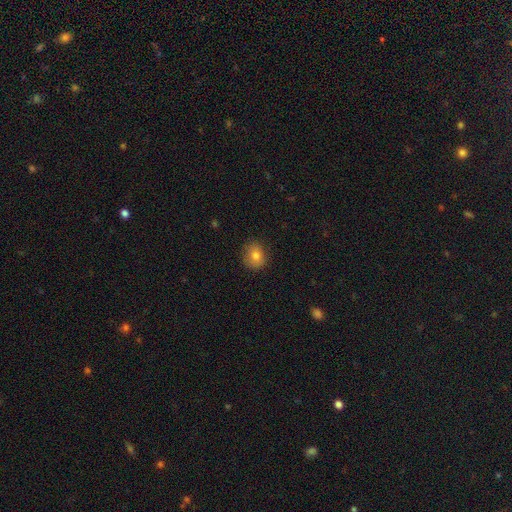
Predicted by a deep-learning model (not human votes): This is likely a smooth galaxy (79%). How rounded: likely round (72%). Merging: clearly none (83%).